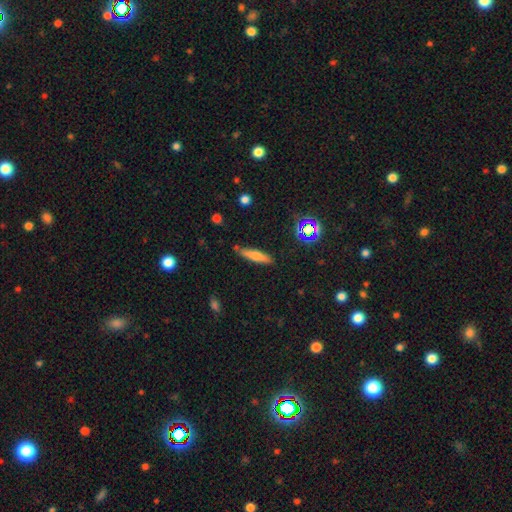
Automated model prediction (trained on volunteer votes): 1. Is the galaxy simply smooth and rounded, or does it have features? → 62% smooth, 27% featured or disk, 11% star or artifact.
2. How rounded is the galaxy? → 82% cigar-shaped, 16% in between, 2% round.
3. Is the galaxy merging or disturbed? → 83% none, 12% minor disturbance, 3% merger, 3% major disturbance.